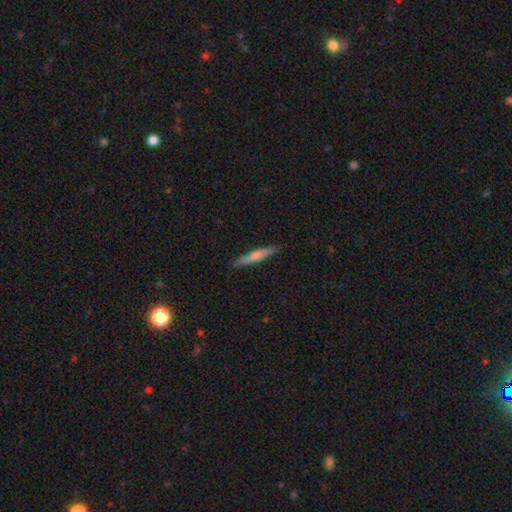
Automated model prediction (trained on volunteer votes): Overall: smooth (62%; featured or disk 32%). How rounded: cigar-shaped (92%). Merging: none (87%).